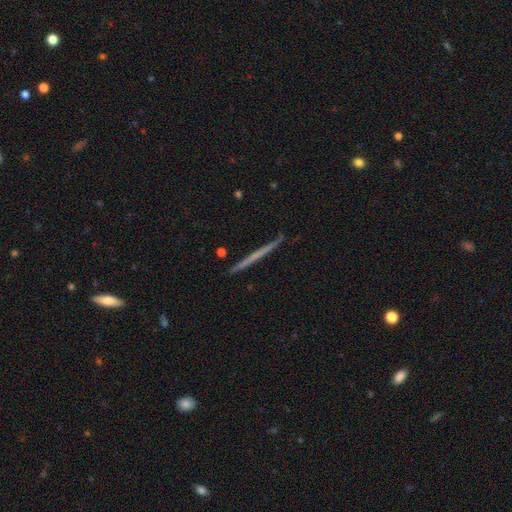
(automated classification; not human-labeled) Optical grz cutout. It shows a featured or disk galaxy (53%) viewed edge-on (98%) with no central bulge (93%). Merging: none (91%).